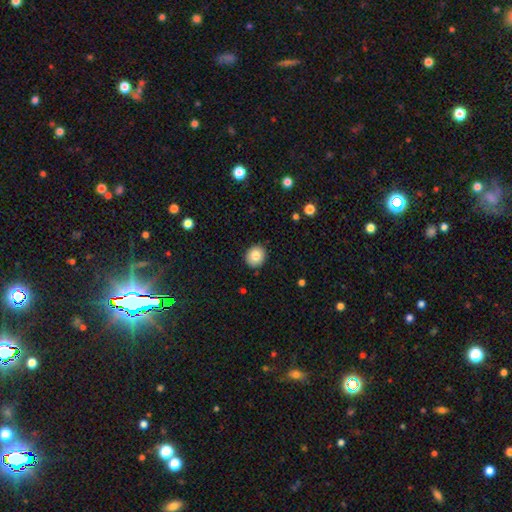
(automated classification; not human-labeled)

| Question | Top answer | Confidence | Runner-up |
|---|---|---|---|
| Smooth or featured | smooth | 82% | featured or disk (9%) |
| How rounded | round | 76% | in between (23%) |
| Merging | none | 90% | minor disturbance (7%) |